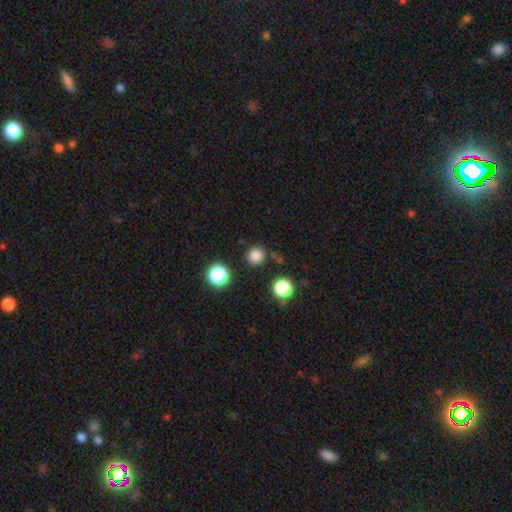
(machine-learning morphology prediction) Smooth or featured: smooth — 81% (star or artifact — 16%)
How rounded: round — 93% (in between — 7%)
Merging: none — 86% (minor disturbance — 8%)